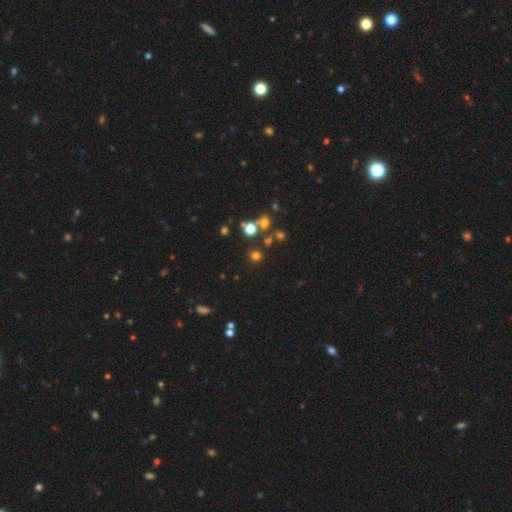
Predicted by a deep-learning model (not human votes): A smooth galaxy with no disk features (68%) that is round (90%). Merging: none (81%).